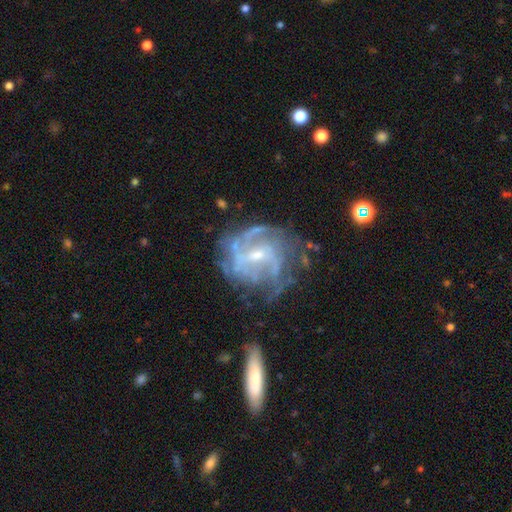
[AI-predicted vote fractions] A featured or disk galaxy (85%) with a weak bar (52%), medium (43%) spiral arms (89%) and a small central bulge (65%). Merging: none (54%).